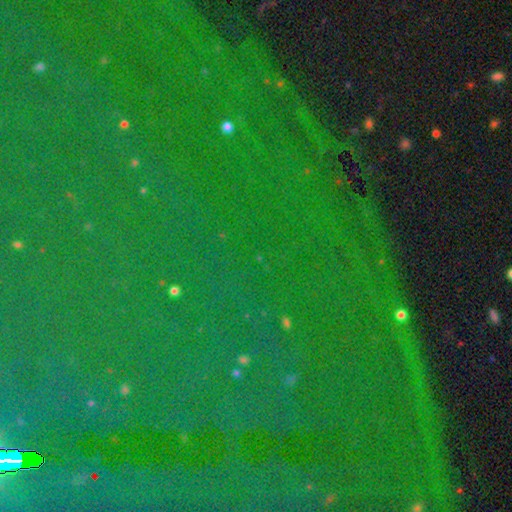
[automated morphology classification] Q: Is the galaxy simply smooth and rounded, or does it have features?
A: star or artifact — 85%.